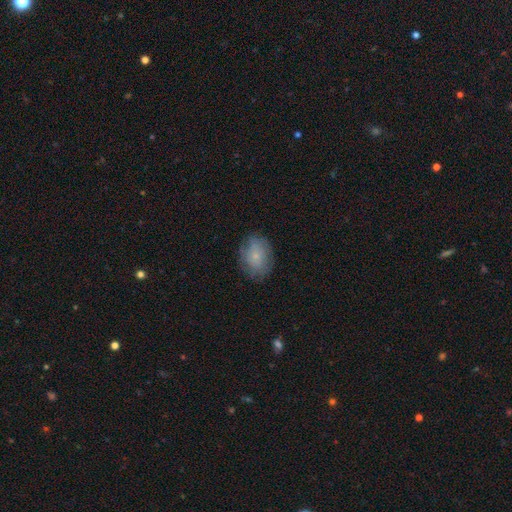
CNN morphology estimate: The model was most divided on "how rounded": in between: 63%, round: 36%, cigar-shaped: 1%. More confident: merging — none (75%); smooth or featured — smooth (66%).